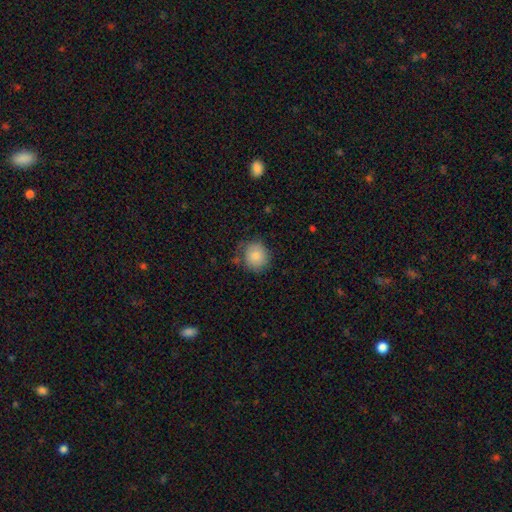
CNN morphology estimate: The model was most divided on "merging": none: 72%, minor disturbance: 20%, major disturbance: 6%, merger: 2%. More confident: how rounded — round (87%); smooth or featured — smooth (81%).